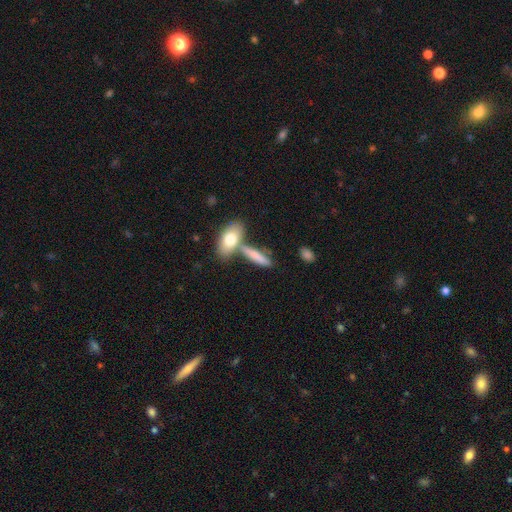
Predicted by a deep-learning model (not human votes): Smooth or featured? Predicted: smooth (p=0.74). How rounded? Predicted: cigar-shaped (p=0.58). Merging? Predicted: none (p=0.50).